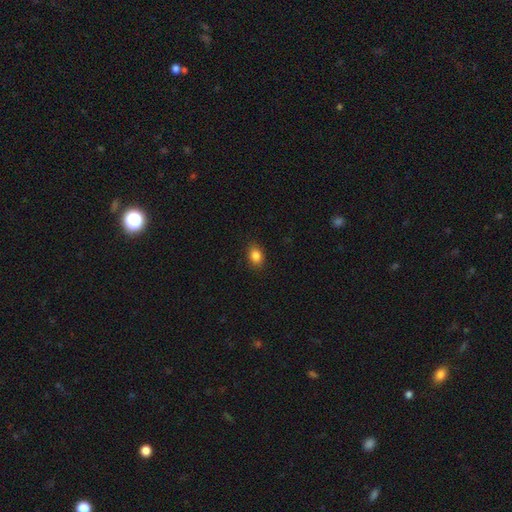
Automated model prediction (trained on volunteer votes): A smooth galaxy with no disk features (85%) that is in between round and cigar-shaped (71%). Merging: none (87%).